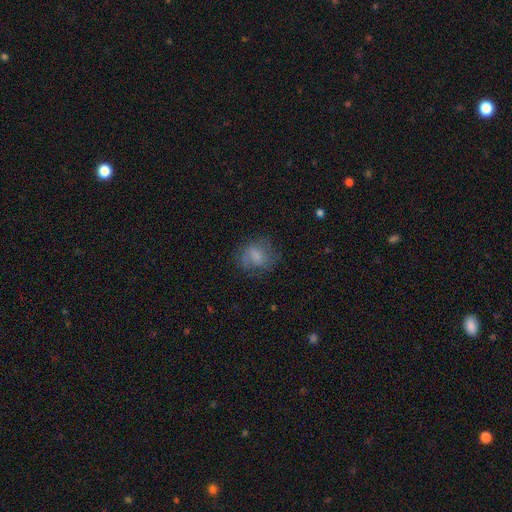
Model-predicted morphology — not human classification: Overall: smooth (67%). How rounded: round (61%; in between 38%). Merging: none (62%; minor disturbance 22%).